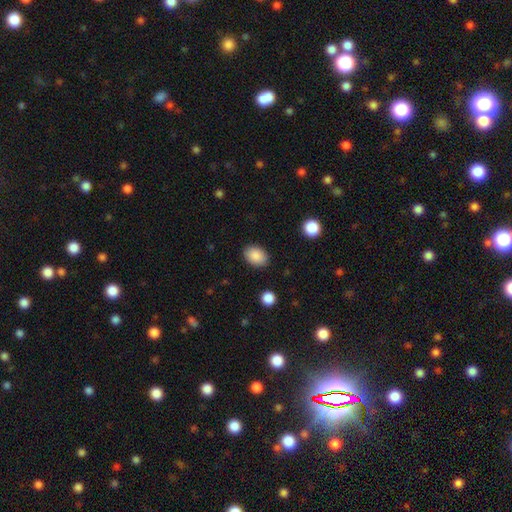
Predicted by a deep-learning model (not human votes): The model was most divided on "how rounded": in between: 77%, round: 22%, cigar-shaped: 1%. More confident: smooth or featured — smooth (89%); merging — none (87%).